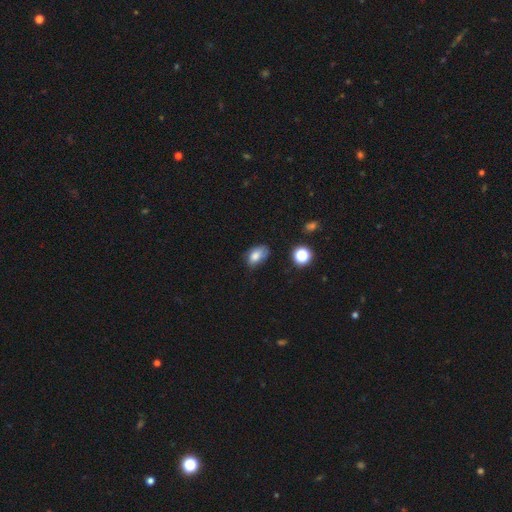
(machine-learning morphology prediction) Smooth or featured? Predicted: smooth (p=0.78). How rounded? Predicted: in between (p=0.87). Merging? Predicted: none (p=0.53).